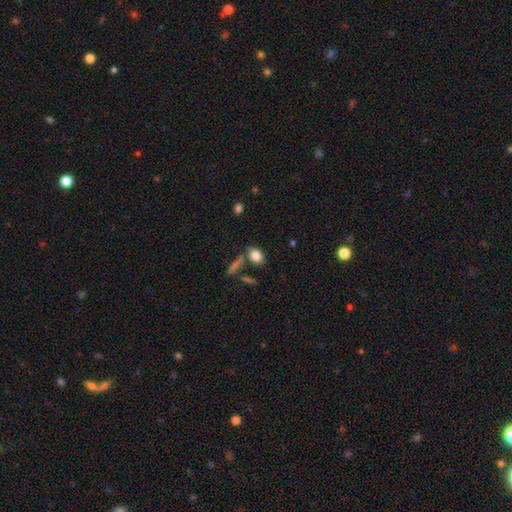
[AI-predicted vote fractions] smooth-or-featured: smooth: 82% | featured or disk: 9% | star or artifact: 9%
  how-rounded: in between: 74% | round: 22% | cigar-shaped: 3%
  merging: none: 69% | minor disturbance: 14% | merger: 12% | major disturbance: 4%